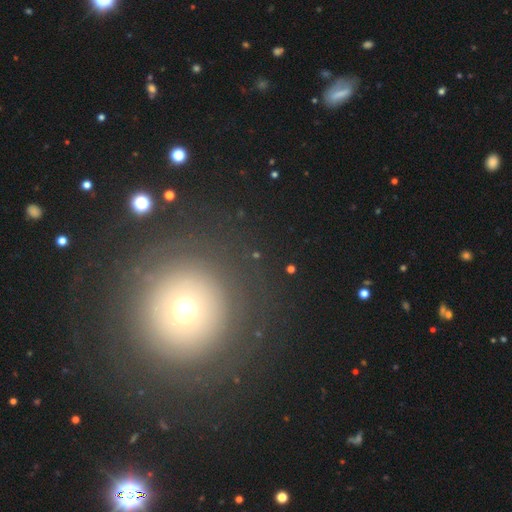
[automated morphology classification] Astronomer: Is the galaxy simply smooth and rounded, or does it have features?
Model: smooth — 56%.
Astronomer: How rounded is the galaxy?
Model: round — 96%.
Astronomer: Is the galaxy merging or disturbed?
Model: none — 87%.